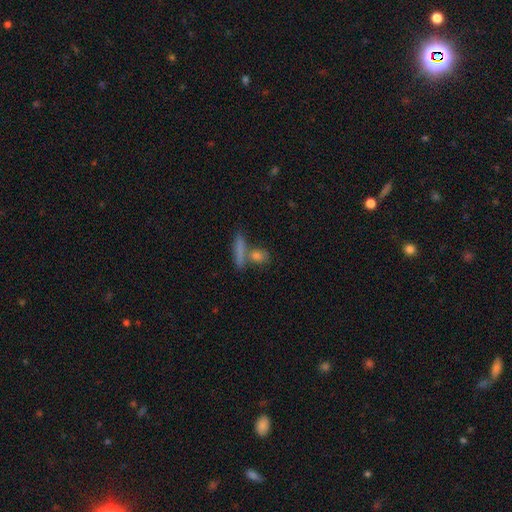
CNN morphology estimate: Overall: smooth (67%). How rounded: cigar-shaped (49%; in between 27%). Merging: none (63%; merger 24%).